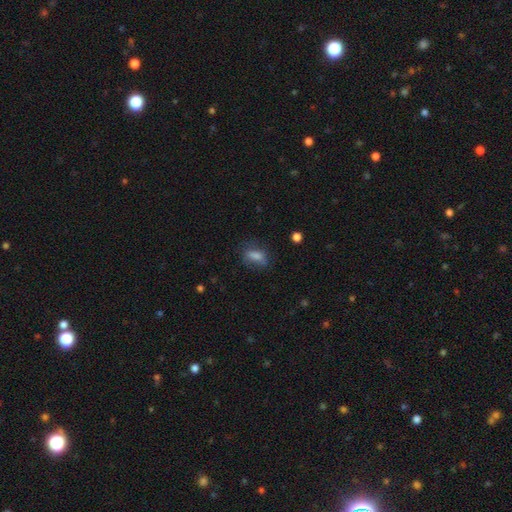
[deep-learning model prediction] smooth_or_featured: smooth (p=0.70) [alt: featured or disk p=0.17]
how_rounded: in between (p=0.71) [alt: cigar-shaped p=0.20]
merging: none (p=0.69) [alt: minor disturbance p=0.21]